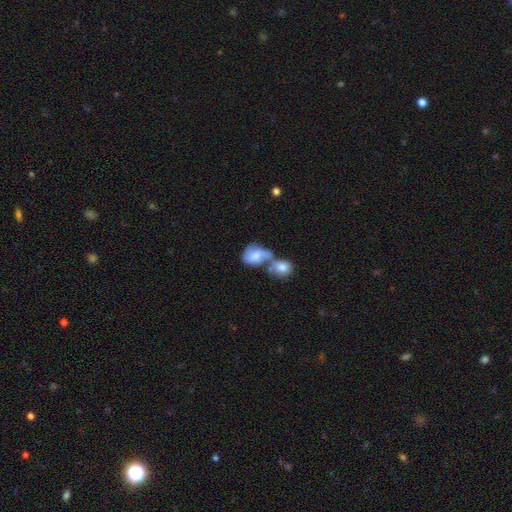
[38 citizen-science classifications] A smooth galaxy with no disk features (66%) that is in between round and cigar-shaped (64%). Merging: merger (81%).